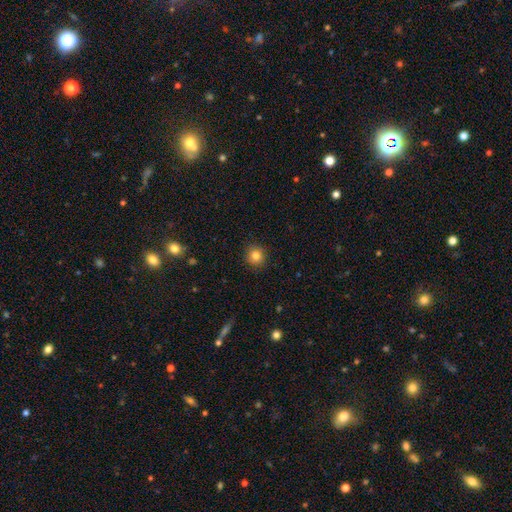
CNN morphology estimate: Smooth or featured? Predicted: smooth (p=0.83). How rounded? Predicted: round (p=0.92). Merging? Predicted: none (p=0.91).